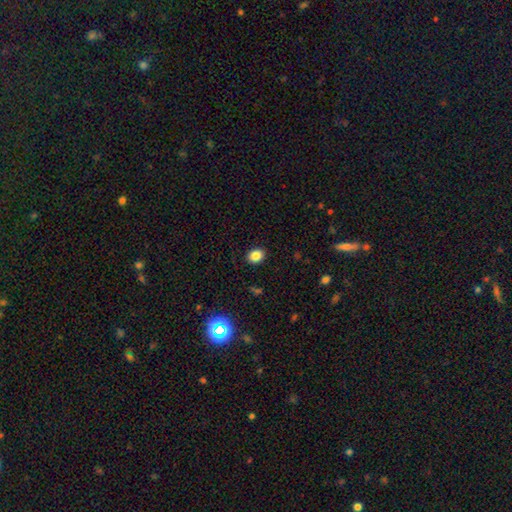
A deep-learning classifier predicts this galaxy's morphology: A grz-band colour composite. It shows a smooth galaxy with no disk features (85%) that is in between round and cigar-shaped (54%). Merging: none (89%).